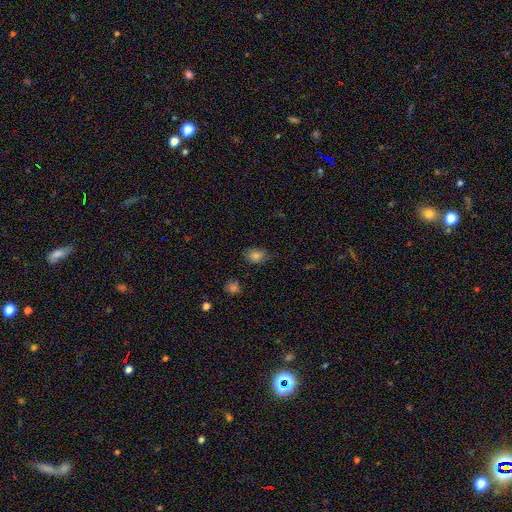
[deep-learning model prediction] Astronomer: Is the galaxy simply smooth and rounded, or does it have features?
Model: smooth — 74%.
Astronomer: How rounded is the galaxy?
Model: in between — 70%.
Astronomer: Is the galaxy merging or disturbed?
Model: none — 71%.